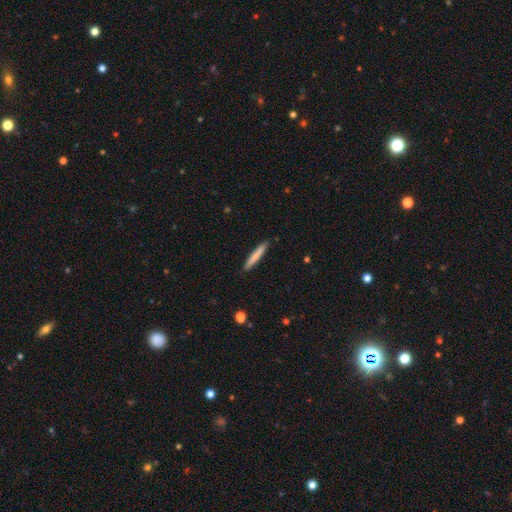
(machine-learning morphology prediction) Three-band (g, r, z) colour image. It shows a smooth galaxy with no disk features (76%) that is cigar-shaped (95%). Merging: none (90%).